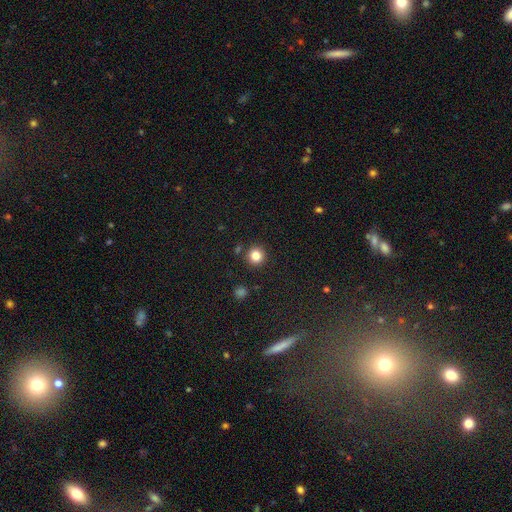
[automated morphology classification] smooth 83%, star or artifact 12%, featured or disk 5%. Down the decision tree: how rounded — round (94%); merging — none (89%).